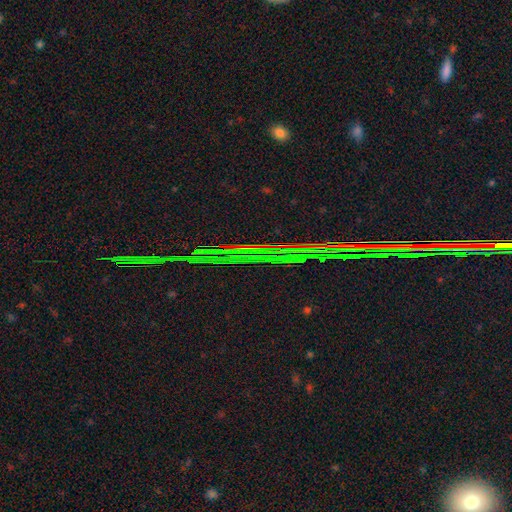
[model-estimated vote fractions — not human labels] Smooth or featured: star or artifact — 85% (featured or disk — 8%)